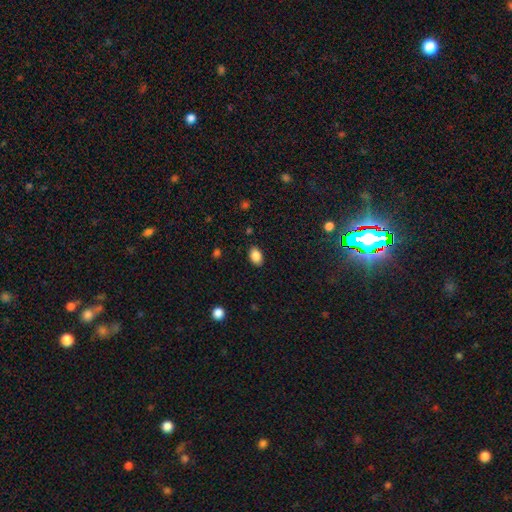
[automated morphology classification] This appears to be a smooth galaxy with no disk features (87%) that is in between round and cigar-shaped (85%). Merging: none (86%).